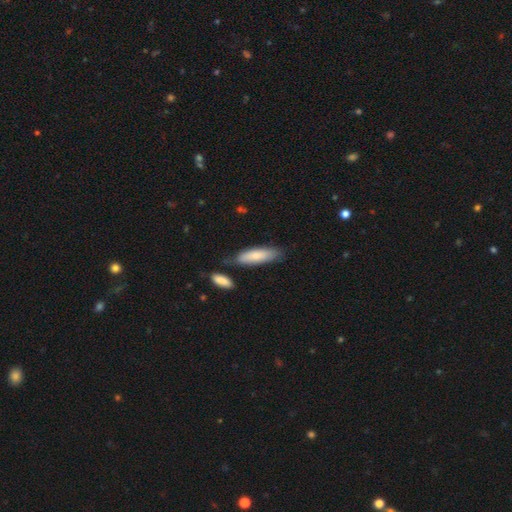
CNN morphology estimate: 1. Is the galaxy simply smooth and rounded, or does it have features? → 79% smooth, 15% featured or disk, 6% star or artifact.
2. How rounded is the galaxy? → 56% cigar-shaped, 42% in between, 2% round.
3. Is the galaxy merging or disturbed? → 72% none, 16% minor disturbance, 9% merger, 3% major disturbance.